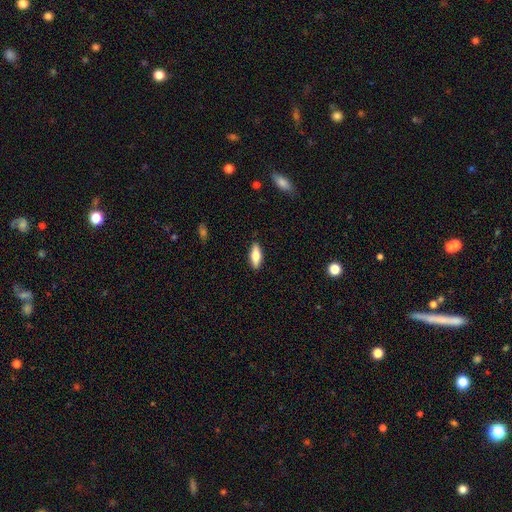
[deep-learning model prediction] Q: Smooth or featured?
A: smooth (71%); runner-up: featured or disk (23%)
Q: How rounded?
A: in between (69%); runner-up: cigar-shaped (29%)
Q: Merging?
A: none (89%); runner-up: minor disturbance (8%)